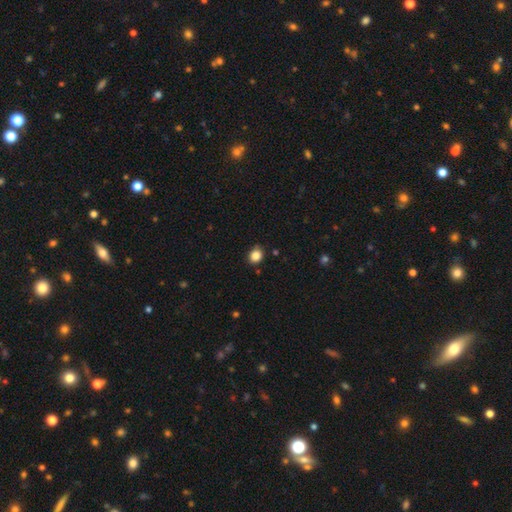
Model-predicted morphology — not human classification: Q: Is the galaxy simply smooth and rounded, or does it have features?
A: smooth — 85%.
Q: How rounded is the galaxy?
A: round — 64%.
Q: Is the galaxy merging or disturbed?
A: none — 83%.